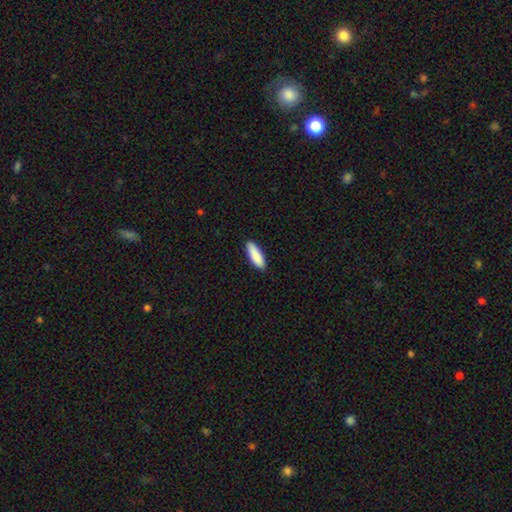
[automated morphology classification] type=smooth (89%); roundness=in between (50%); merging=none (89%).